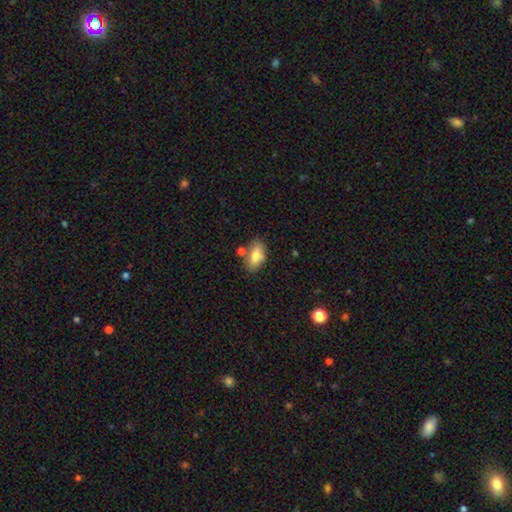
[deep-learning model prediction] Overall: smooth (77%). How rounded: in between (90%). Merging: none (67%).